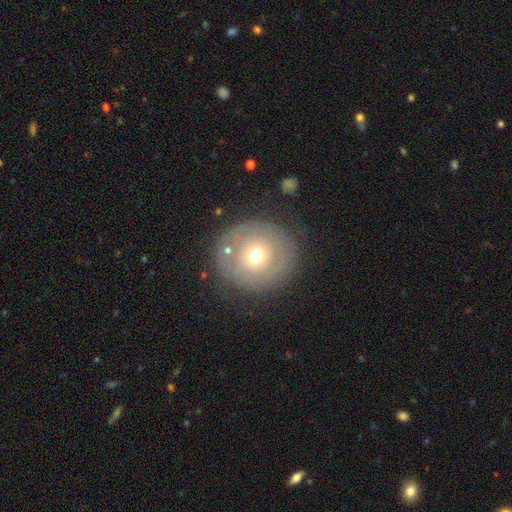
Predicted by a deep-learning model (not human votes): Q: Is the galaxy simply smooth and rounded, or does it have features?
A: smooth — 48%.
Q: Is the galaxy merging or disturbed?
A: none — 73%.